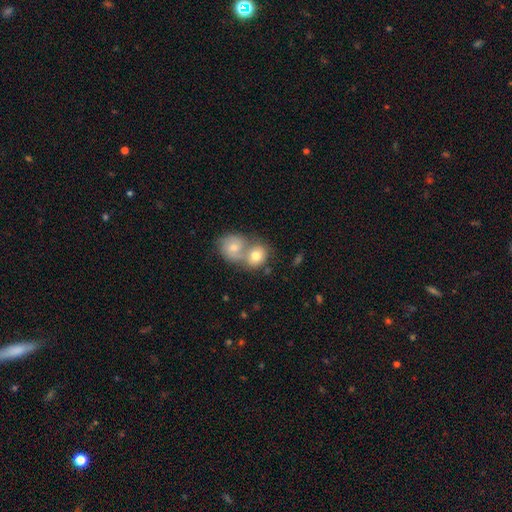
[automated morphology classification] A smooth galaxy with no disk features (70%) that is round (64%).

Vote fractions:
- Smooth or featured? smooth: 70% / featured or disk: 23% / star or artifact: 7%
- How rounded? round: 64% / in between: 34% / cigar-shaped: 1%
- Merging? merger: 67% / none: 23% / minor disturbance: 7% / major disturbance: 3%